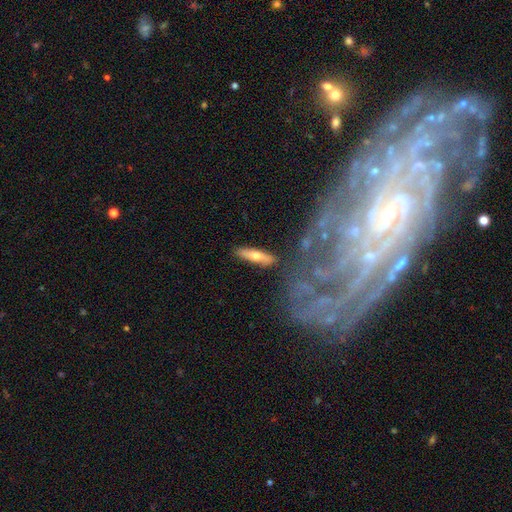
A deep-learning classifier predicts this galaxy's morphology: smooth_or_featured: smooth (p=0.51) [alt: featured or disk p=0.42]
how_rounded: cigar-shaped (p=0.72) [alt: in between p=0.26]
merging: none (p=0.80) [alt: minor disturbance p=0.11]